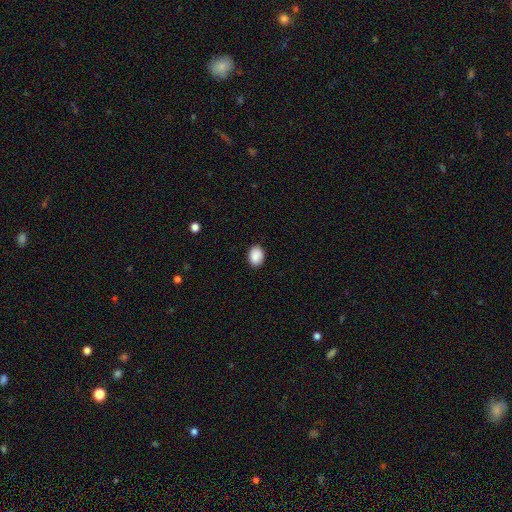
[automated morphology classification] A smooth galaxy with no disk features (89%) that is in between round and cigar-shaped (73%).

Vote fractions:
- Smooth or featured? smooth: 89% / star or artifact: 7% / featured or disk: 3%
- How rounded? in between: 73% / round: 26% / cigar-shaped: 1%
- Merging? none: 87% / minor disturbance: 10% / major disturbance: 2% / merger: 1%